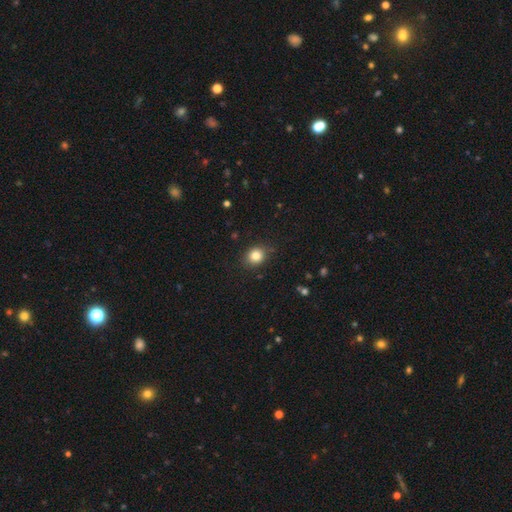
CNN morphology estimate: Overall: smooth (83%). How rounded: round (71%). Merging: none (86%).